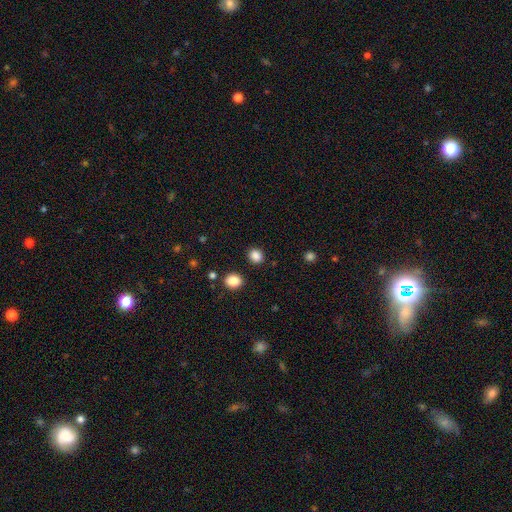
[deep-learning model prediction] Q: Smooth or featured?
A: smooth (86%); runner-up: star or artifact (11%)
Q: How rounded?
A: round (69%); runner-up: in between (30%)
Q: Merging?
A: none (87%); runner-up: minor disturbance (7%)